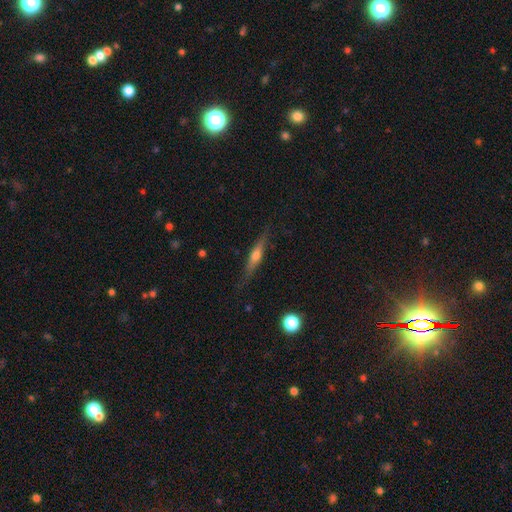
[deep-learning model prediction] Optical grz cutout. It shows a featured or disk galaxy (53%) viewed edge-on (94%). Merging: none (81%).